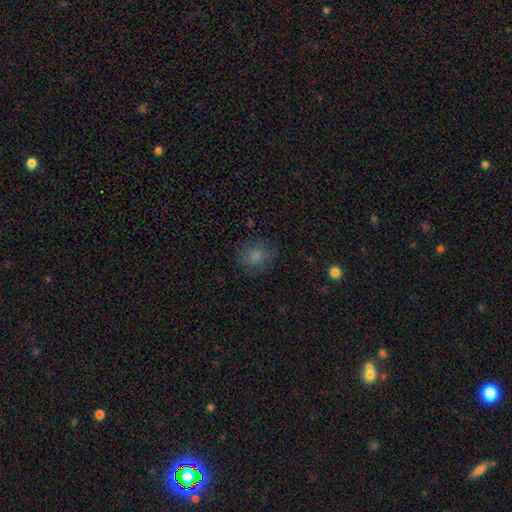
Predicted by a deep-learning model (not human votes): smooth-or-featured: smooth: 81% | star or artifact: 12% | featured or disk: 7%
  how-rounded: round: 76% | in between: 23% | cigar-shaped: 1%
  merging: none: 79% | minor disturbance: 15% | major disturbance: 5% | merger: 1%